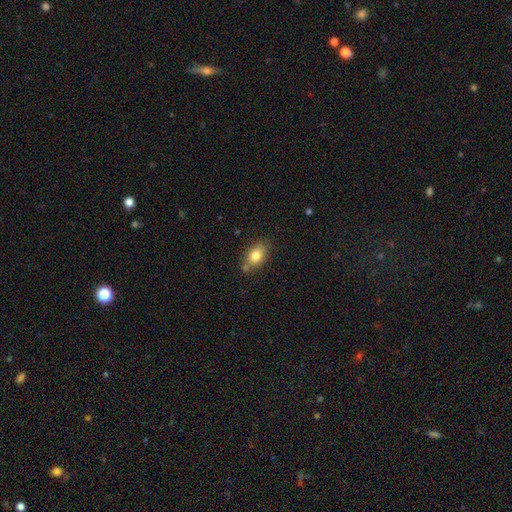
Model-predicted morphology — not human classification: Q: Smooth or featured?
A: smooth (81%); runner-up: featured or disk (11%)
Q: How rounded?
A: in between (81%); runner-up: round (16%)
Q: Merging?
A: none (71%); runner-up: minor disturbance (17%)